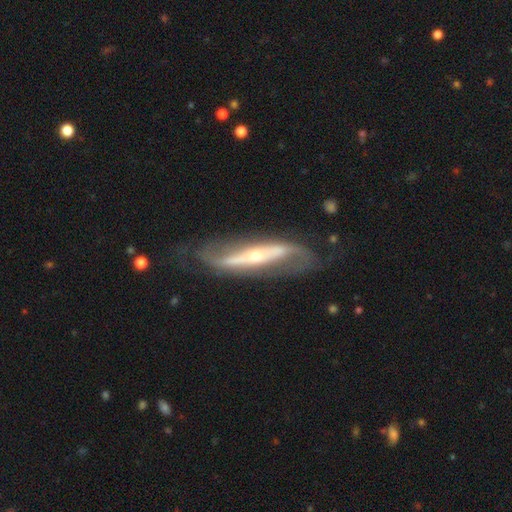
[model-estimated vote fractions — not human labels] This is clearly a featured or disk galaxy (84%). It is likely not viewed edge-on (70%). Bar: possibly strong (47%). Spiral arm pattern: clearly yes (88%). Spiral arm count: clearly 2 (88%). Spiral winding: likely loose (61%). Central bulge: likely small (63%). Merging: likely none (62%).